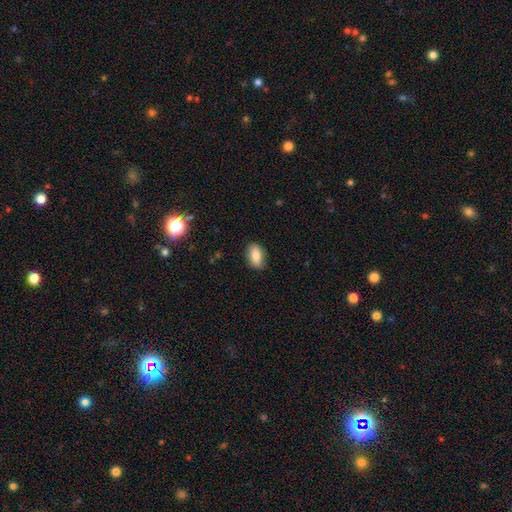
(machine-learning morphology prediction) A smooth galaxy with no disk features (84%) that is in between round and cigar-shaped (90%). Merging: none (85%).